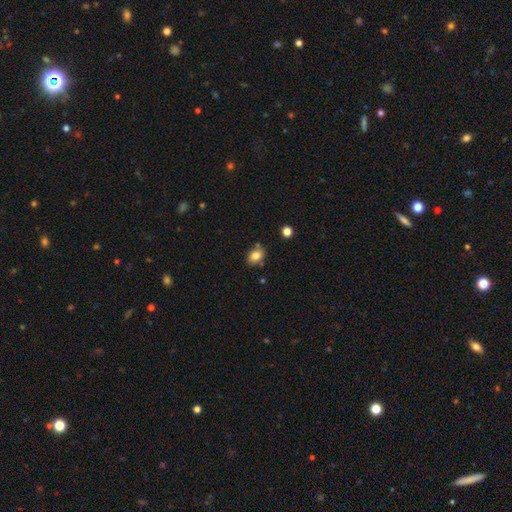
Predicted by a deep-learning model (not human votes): A smooth galaxy with no disk features (81%) that is in between round and cigar-shaped (64%).

Vote fractions:
- Smooth or featured? smooth: 81% / star or artifact: 10% / featured or disk: 9%
- How rounded? in between: 64% / round: 35% / cigar-shaped: 1%
- Merging? none: 75% / minor disturbance: 15% / merger: 7% / major disturbance: 3%